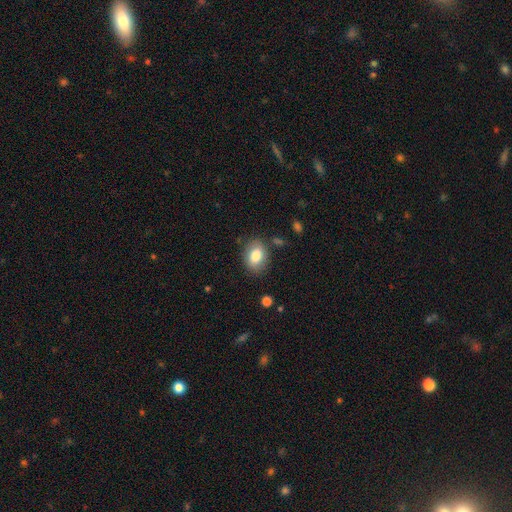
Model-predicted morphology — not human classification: This appears to be a smooth galaxy with no disk features (81%) that is in between round and cigar-shaped (71%). Merging: none (81%).